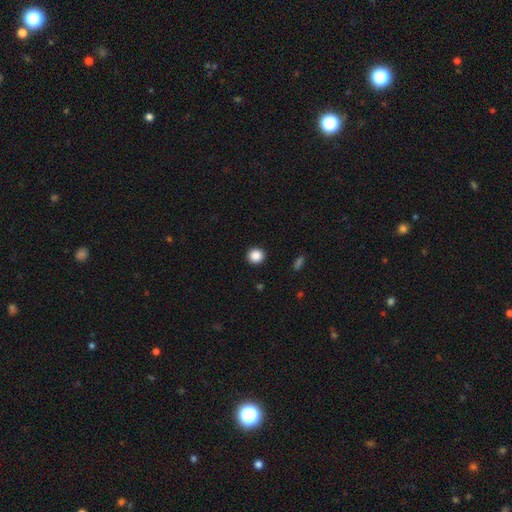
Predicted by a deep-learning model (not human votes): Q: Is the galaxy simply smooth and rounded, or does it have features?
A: smooth — 88%.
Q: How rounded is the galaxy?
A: round — 92%.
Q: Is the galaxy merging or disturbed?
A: none — 93%.